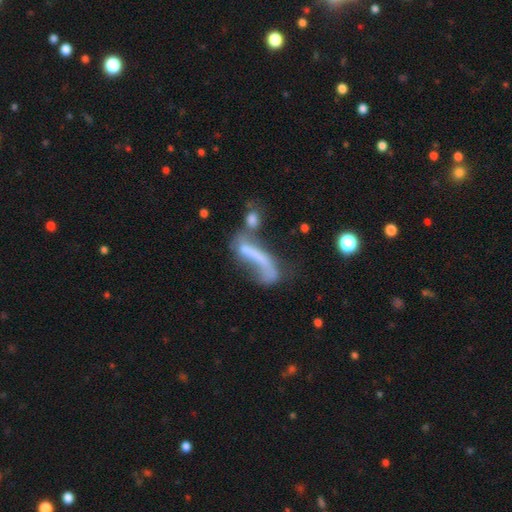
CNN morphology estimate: Smooth or featured?
  - featured or disk: 46% *
  - smooth: 41%
  - star or artifact: 13%
Merging?
  - merger: 41% *
  - major disturbance: 28%
  - none: 19%
  - minor disturbance: 12%